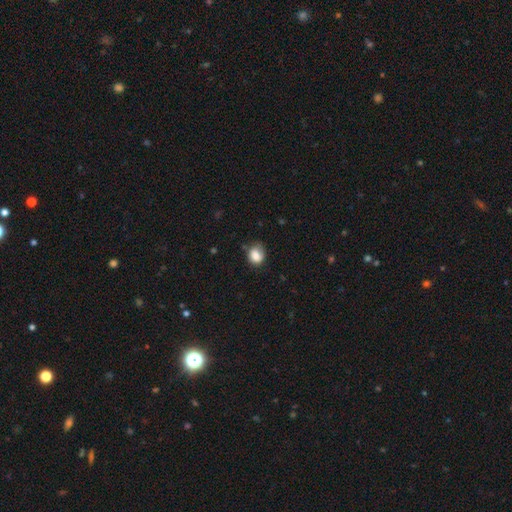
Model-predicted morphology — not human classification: A smooth galaxy with no disk features (81%) that is round (57%).

Vote fractions:
- Smooth or featured? smooth: 81% / featured or disk: 10% / star or artifact: 9%
- How rounded? round: 57% / in between: 42% / cigar-shaped: 1%
- Merging? none: 60% / minor disturbance: 29% / major disturbance: 8% / merger: 3%